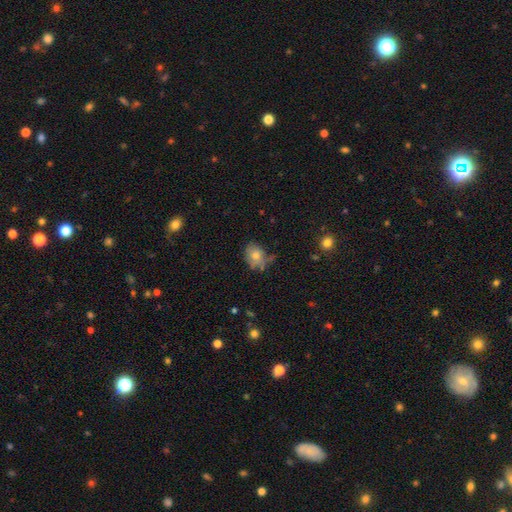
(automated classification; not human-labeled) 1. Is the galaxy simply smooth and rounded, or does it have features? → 68% smooth, 20% featured or disk, 12% star or artifact.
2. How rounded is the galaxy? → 51% in between, 48% round, 1% cigar-shaped.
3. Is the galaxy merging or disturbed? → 58% none, 27% minor disturbance, 8% major disturbance, 6% merger.